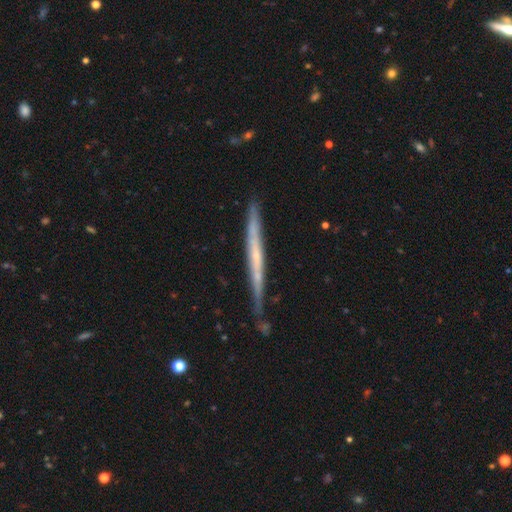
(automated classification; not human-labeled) Morphology: type=featured or disk (64%); edge-on=yes (95%); edge-on bulge=none (78%); merging=none (79%).